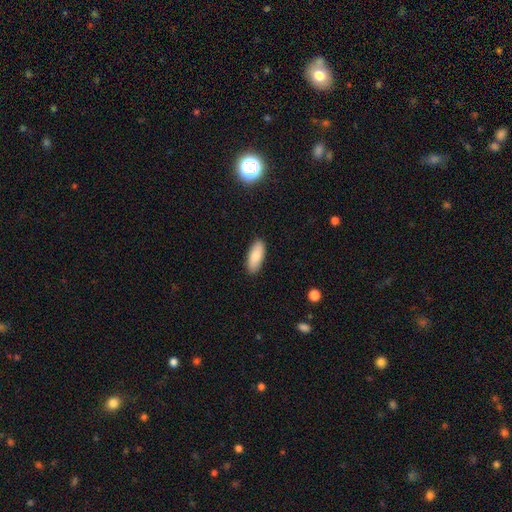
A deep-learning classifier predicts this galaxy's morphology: This appears to be a smooth galaxy with no disk features (84%) that is in between round and cigar-shaped (81%). Merging: none (89%).